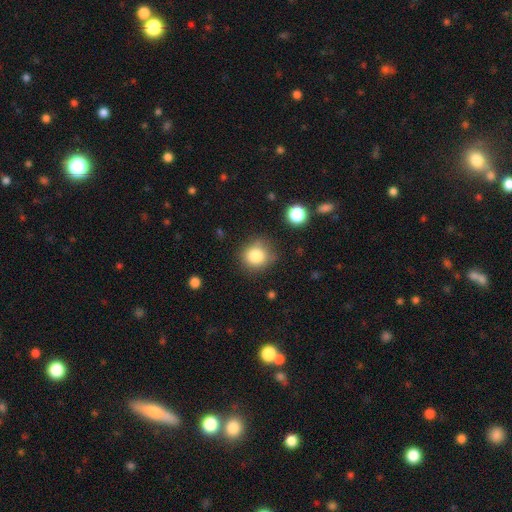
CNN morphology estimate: This is clearly a smooth galaxy (82%). How rounded: clearly round (86%). Merging: likely none (78%).